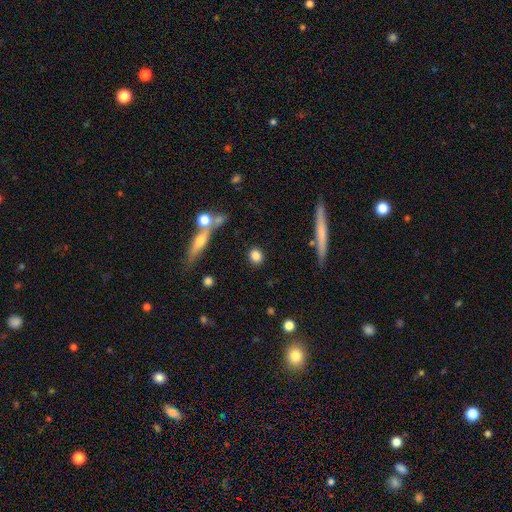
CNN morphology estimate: Q: Smooth or featured?
A: smooth (83%); runner-up: star or artifact (9%)
Q: How rounded?
A: round (74%); runner-up: in between (22%)
Q: Merging?
A: none (86%); runner-up: minor disturbance (7%)